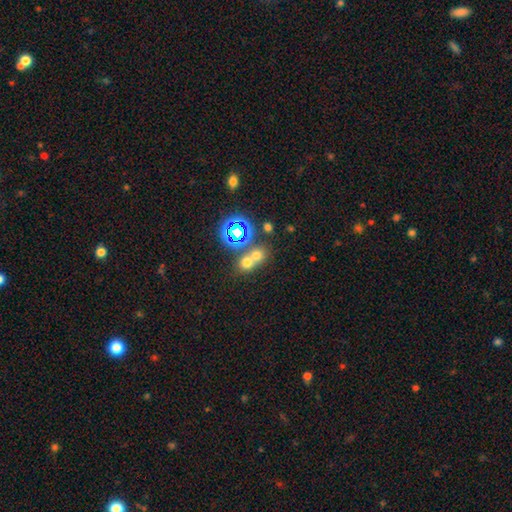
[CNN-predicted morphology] A smooth galaxy with no disk features (59%) that is round (76%).

Vote fractions:
- Smooth or featured? smooth: 59% / star or artifact: 28% / featured or disk: 13%
- How rounded? round: 76% / in between: 23% / cigar-shaped: 1%
- Merging? merger: 49% / none: 42% / minor disturbance: 6% / major disturbance: 3%